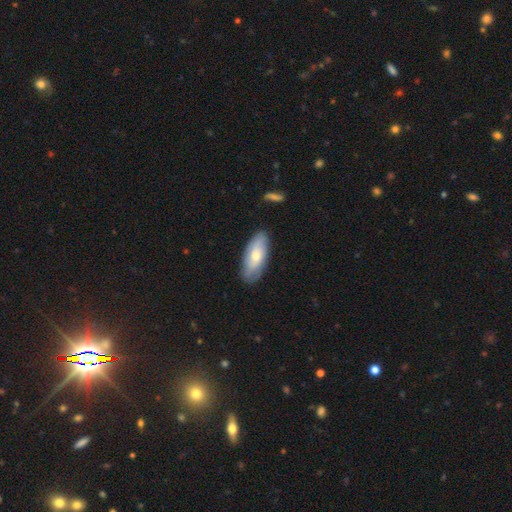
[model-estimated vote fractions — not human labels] Q: Smooth or featured?
A: smooth (58%); runner-up: featured or disk (36%)
Q: How rounded?
A: in between (82%); runner-up: cigar-shaped (16%)
Q: Merging?
A: none (81%); runner-up: minor disturbance (14%)